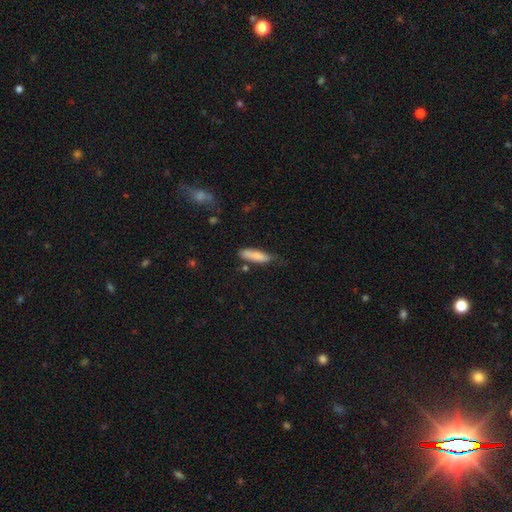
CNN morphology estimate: smooth 82%, featured or disk 12%, star or artifact 6%. Down the decision tree: how rounded — cigar-shaped (65%); merging — none (60%).